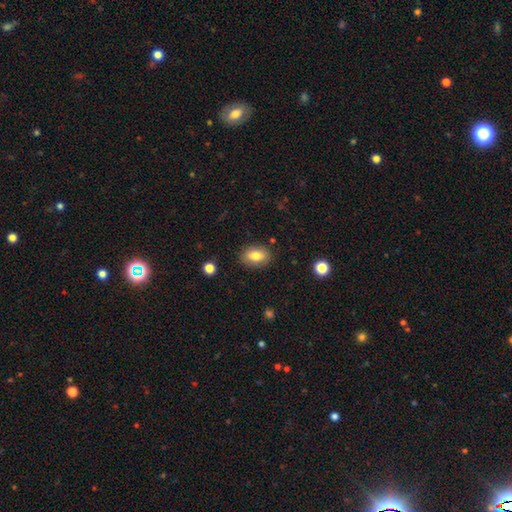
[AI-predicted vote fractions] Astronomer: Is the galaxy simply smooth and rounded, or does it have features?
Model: smooth — 80%.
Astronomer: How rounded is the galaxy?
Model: in between — 83%.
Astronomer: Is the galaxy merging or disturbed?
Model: none — 85%.